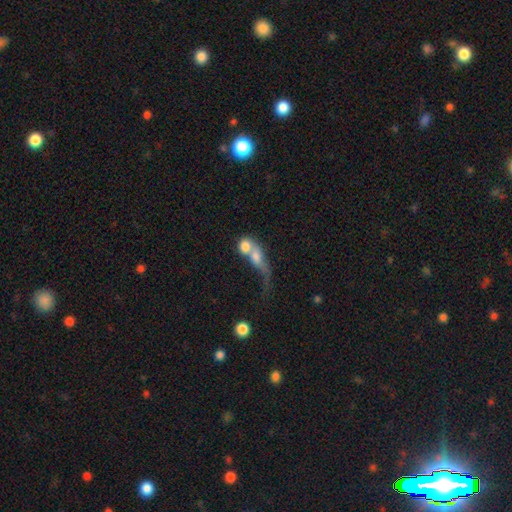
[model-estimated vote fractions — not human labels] smooth 62%, featured or disk 28%, star or artifact 10%. Down the decision tree: how rounded — in between (46%); merging — merger (71%).